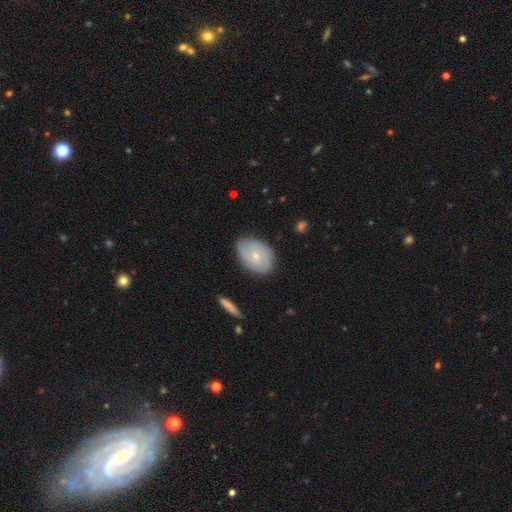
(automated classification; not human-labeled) smooth_or_featured: featured or disk (p=0.59) [alt: smooth p=0.35]
disk_edge_on: no (p=0.96) [alt: yes p=0.04]
bar: no (p=0.74) [alt: weak p=0.22]
has_spiral_arms: yes (p=0.83) [alt: no p=0.17]
bulge_size: small (p=0.72) [alt: moderate p=0.25]
merging: none (p=0.77) [alt: minor disturbance p=0.18]